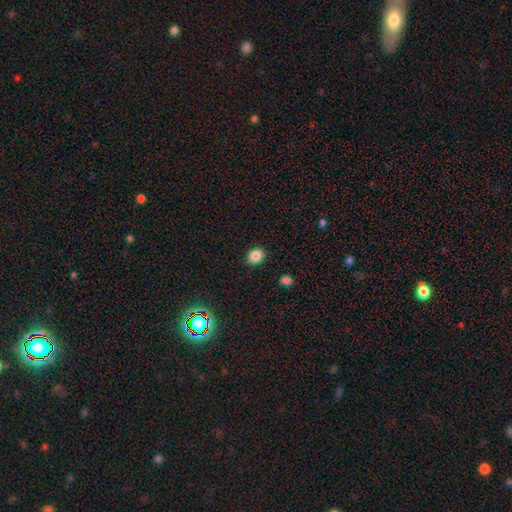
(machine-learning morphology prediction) smooth_or_featured: smooth (p=0.85) [alt: star or artifact p=0.11]
how_rounded: round (p=0.63) [alt: in between p=0.36]
merging: none (p=0.88) [alt: minor disturbance p=0.09]